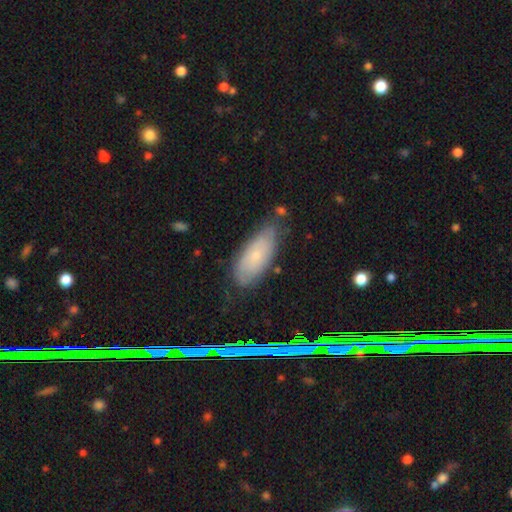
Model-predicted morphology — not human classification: Smooth or featured: smooth — 57% (featured or disk — 35%)
How rounded: in between — 81% (cigar-shaped — 17%)
Merging: none — 68% (minor disturbance — 24%)